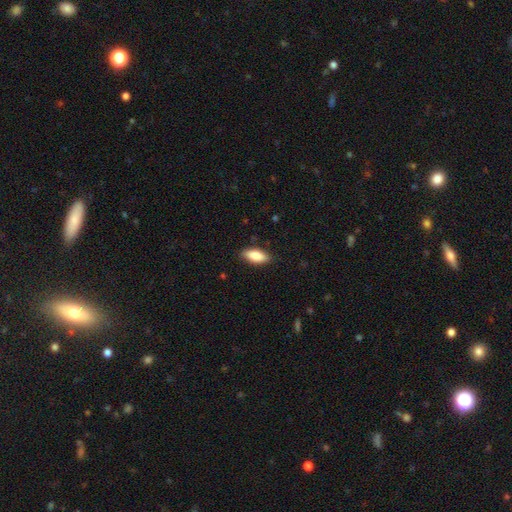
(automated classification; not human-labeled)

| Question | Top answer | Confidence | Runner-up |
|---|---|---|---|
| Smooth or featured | smooth | 83% | featured or disk (10%) |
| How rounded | in between | 84% | cigar-shaped (14%) |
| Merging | none | 83% | minor disturbance (13%) |